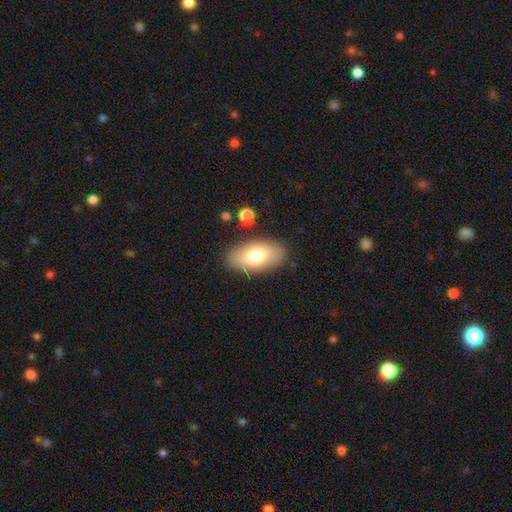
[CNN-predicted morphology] The model was most divided on "smooth or featured": smooth: 72%, featured or disk: 20%, star or artifact: 7%. More confident: how rounded — in between (92%); merging — none (85%).